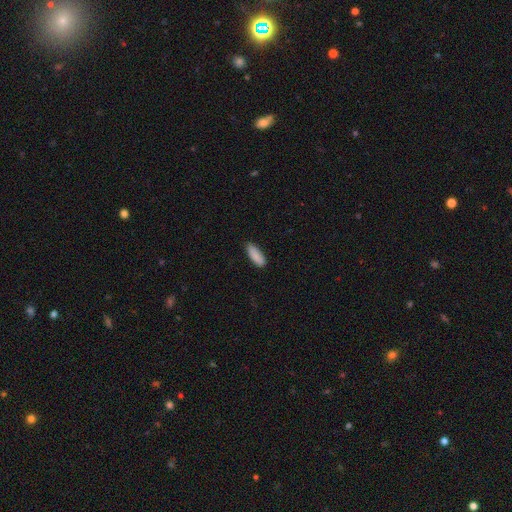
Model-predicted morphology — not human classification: Smooth or featured?
  - smooth: 89% *
  - star or artifact: 6%
  - featured or disk: 5%
How rounded?
  - in between: 63% *
  - cigar-shaped: 35%
  - round: 2%
Merging?
  - none: 87% *
  - minor disturbance: 11%
  - major disturbance: 2%
  - merger: 1%